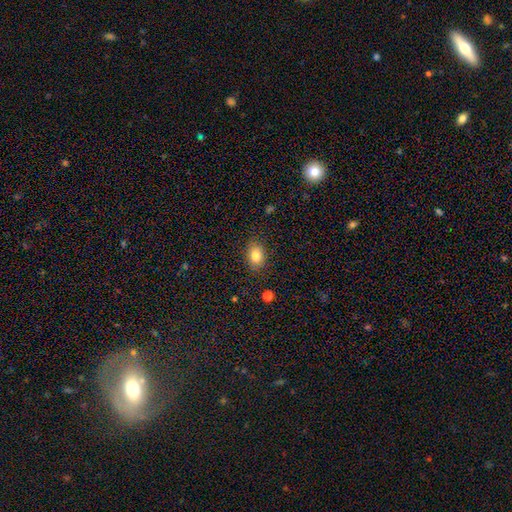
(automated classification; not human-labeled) The model was most divided on "how rounded": in between: 77%, round: 22%, cigar-shaped: 1%. More confident: merging — none (85%); smooth or featured — smooth (83%).